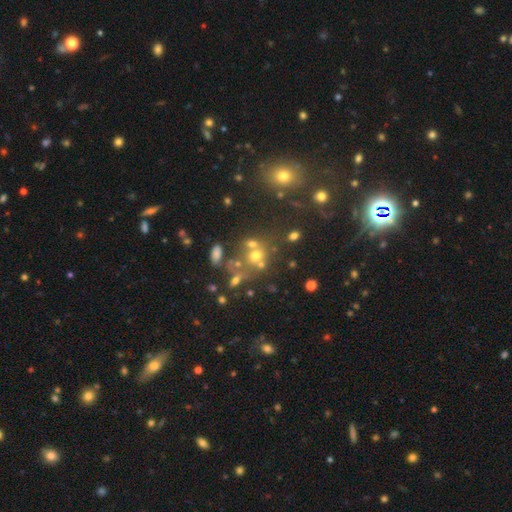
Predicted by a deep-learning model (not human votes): Smooth or featured?
  - smooth: 56% *
  - star or artifact: 24%
  - featured or disk: 21%
How rounded?
  - round: 72% *
  - in between: 26%
  - cigar-shaped: 2%
Merging?
  - none: 45% *
  - merger: 35%
  - minor disturbance: 12%
  - major disturbance: 8%